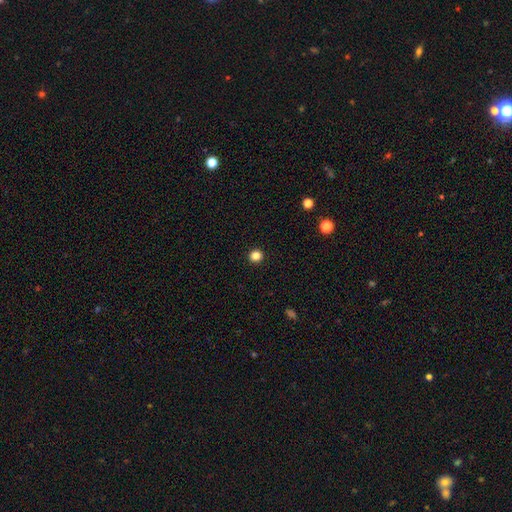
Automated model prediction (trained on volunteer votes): Smooth or featured?
  - smooth: 84% *
  - star or artifact: 12%
  - featured or disk: 3%
How rounded?
  - round: 94% *
  - in between: 5%
  - cigar-shaped: 1%
Merging?
  - none: 94% *
  - minor disturbance: 4%
  - major disturbance: 1%
  - merger: 1%